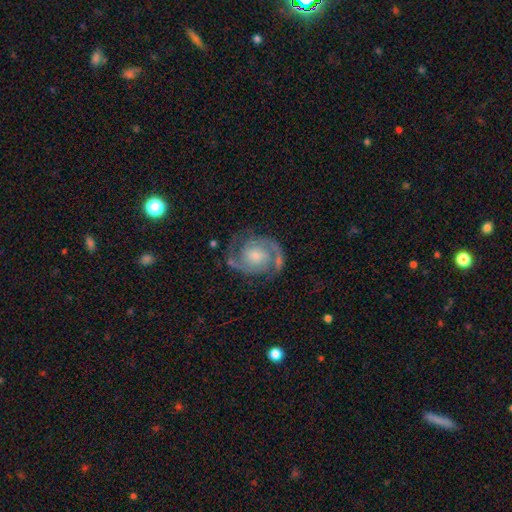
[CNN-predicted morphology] Overall: featured or disk (91%). Edge-on disk: no (98%). Bar: no (61%; weak 31%). Spiral arms: yes (98%). Spiral arm count: 2 (92%). Spiral winding: medium (48%; tight 43%). Bulge size: small (41%; moderate 38%). Merging: none (76%).